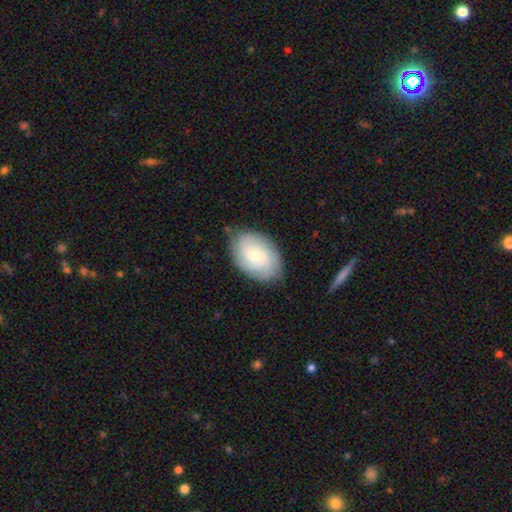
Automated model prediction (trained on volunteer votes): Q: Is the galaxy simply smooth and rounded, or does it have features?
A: featured or disk — 56%.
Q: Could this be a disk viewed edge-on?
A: no — 95%.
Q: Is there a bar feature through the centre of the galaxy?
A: no — 56%.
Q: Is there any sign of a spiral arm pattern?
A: yes — 85%.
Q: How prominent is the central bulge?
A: moderate — 50%.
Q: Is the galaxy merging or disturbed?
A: none — 78%.